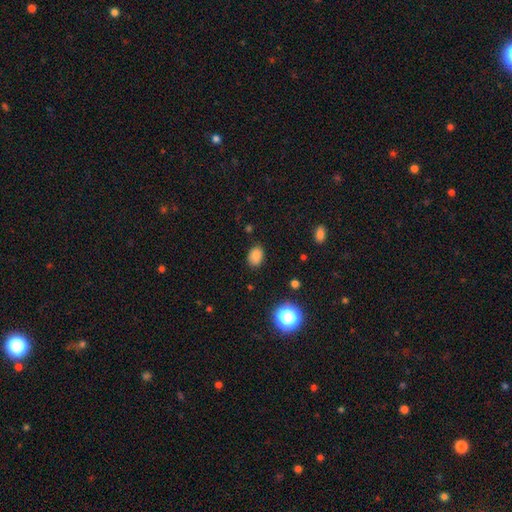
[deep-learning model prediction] smooth 83%, star or artifact 12%, featured or disk 4%. Down the decision tree: how rounded — in between (78%); merging — none (82%).